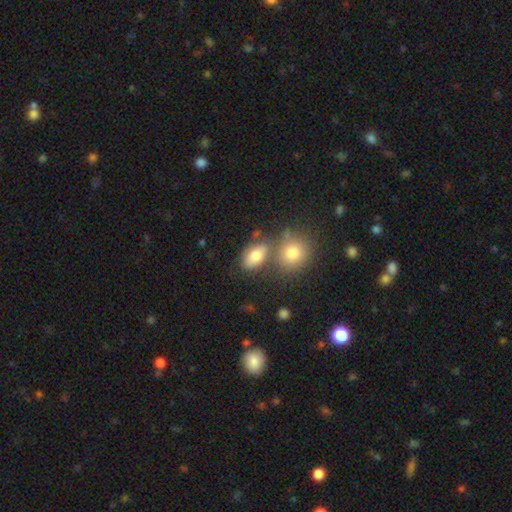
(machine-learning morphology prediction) Overall: smooth (79%). How rounded: in between (83%). Merging: none (59%; merger 23%).